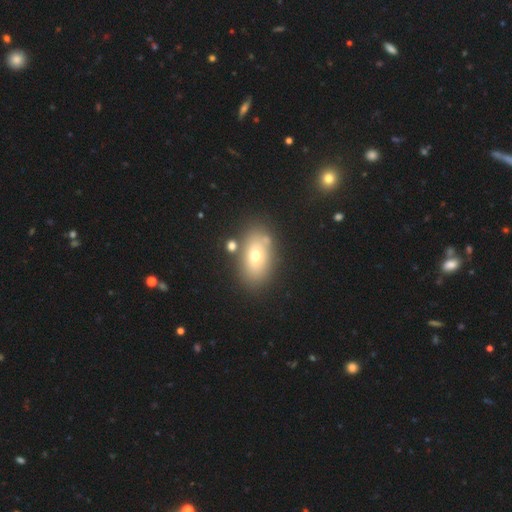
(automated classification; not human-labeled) smooth-or-featured: smooth: 65% | featured or disk: 24% | star or artifact: 12%
  how-rounded: in between: 86% | round: 10% | cigar-shaped: 4%
  merging: none: 78% | minor disturbance: 11% | merger: 8% | major disturbance: 4%